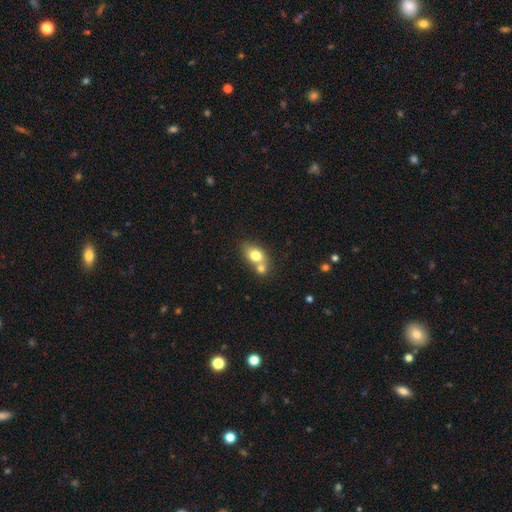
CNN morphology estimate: Smooth or featured? smooth (76%)
How rounded? in between (68%)
Merging? merger (49%)